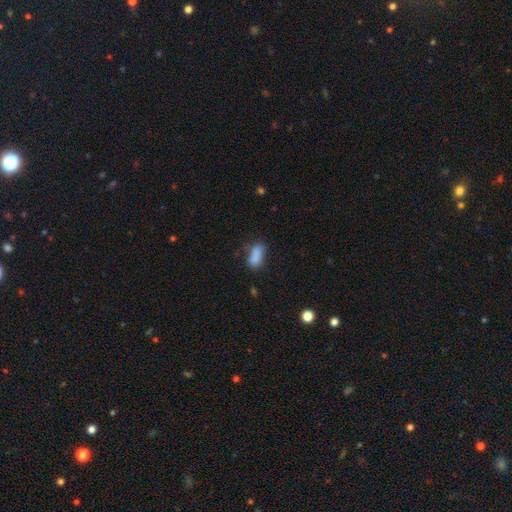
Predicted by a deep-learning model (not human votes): Smooth or featured? Predicted: smooth (p=0.83). How rounded? Predicted: in between (p=0.87). Merging? Predicted: none (p=0.56).